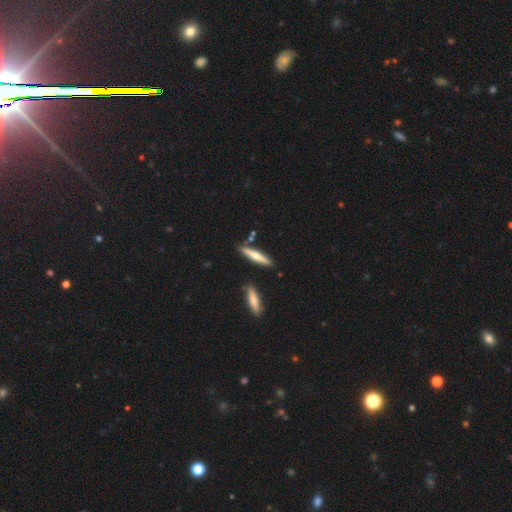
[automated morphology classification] smooth_or_featured: smooth (p=0.50) [alt: featured or disk p=0.45]
merging: none (p=0.82) [alt: minor disturbance p=0.10]